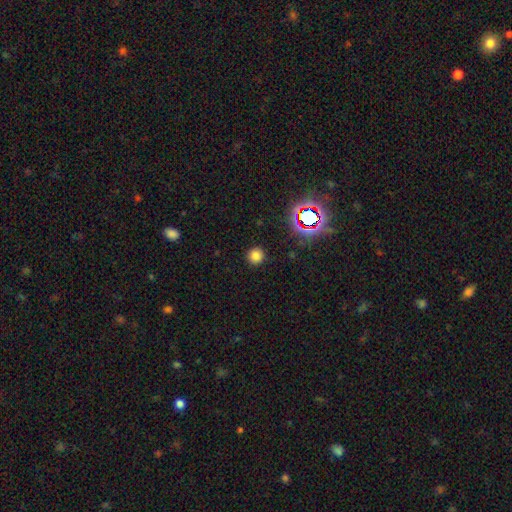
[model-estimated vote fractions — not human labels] smooth 76%, star or artifact 19%, featured or disk 5%. Down the decision tree: how rounded — round (94%); merging — none (91%).